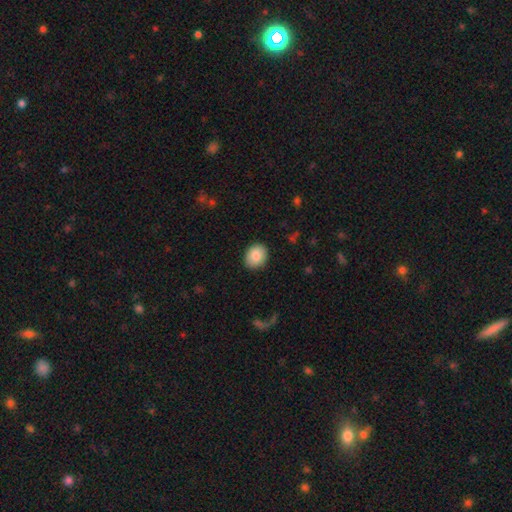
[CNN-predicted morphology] A smooth galaxy with no disk features (83%) that is round (57%). Merging: none (88%).